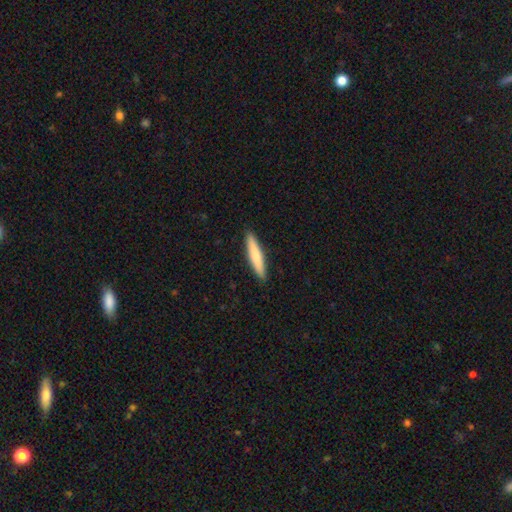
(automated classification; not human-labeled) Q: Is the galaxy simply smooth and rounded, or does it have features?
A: smooth — 74%.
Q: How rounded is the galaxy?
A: cigar-shaped — 91%.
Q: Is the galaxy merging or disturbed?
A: none — 91%.